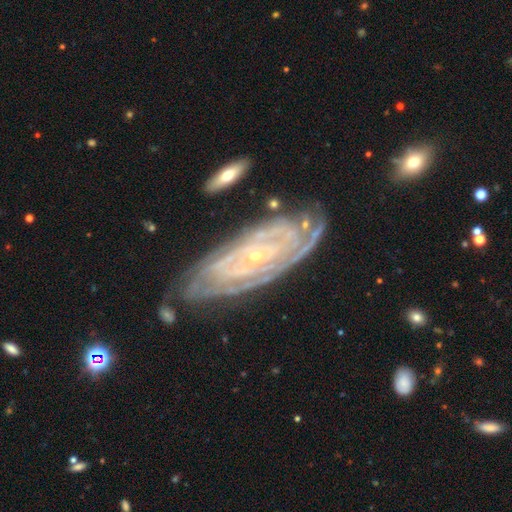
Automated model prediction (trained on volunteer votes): Morphology: type=featured or disk (89%); edge-on=no (92%); bar=no (65%); spiral arms=yes (97%); winding=tight (83%); arm count=can't tell (33%); bulge=small (84%); merging=none (68%).